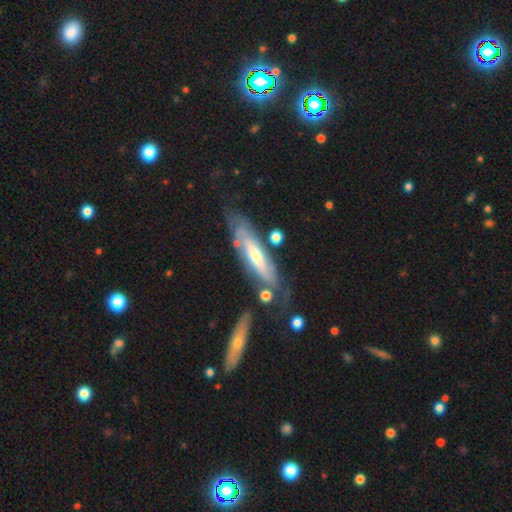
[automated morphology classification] This is likely a featured or disk galaxy (68%). It is possibly not viewed edge-on (56%). Merging: likely none (63%).